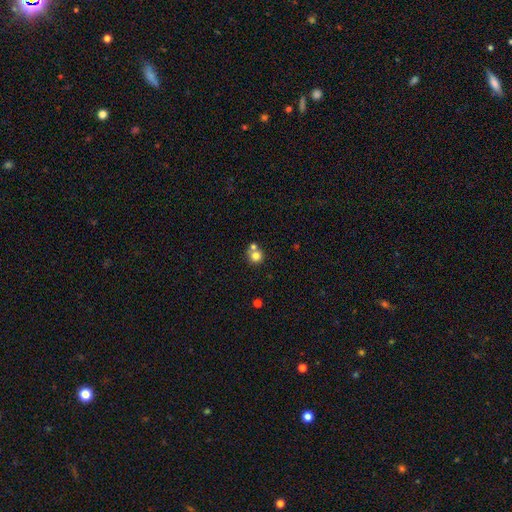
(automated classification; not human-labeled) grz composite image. It shows a smooth galaxy with no disk features (77%) that is round (89%). Merging: none (50%).